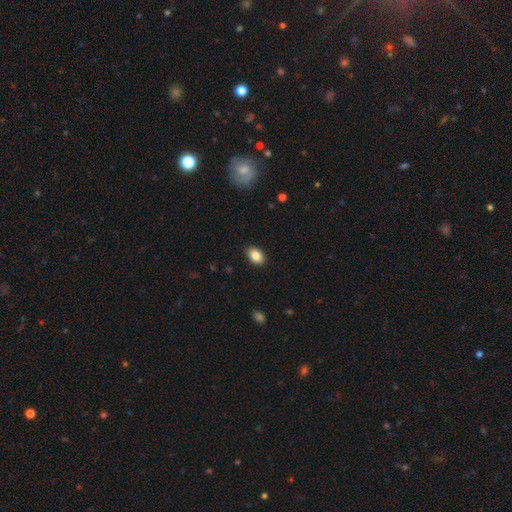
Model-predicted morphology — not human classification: smooth_or_featured: smooth (p=0.86) [alt: star or artifact p=0.08]
how_rounded: in between (p=0.85) [alt: round p=0.14]
merging: none (p=0.88) [alt: minor disturbance p=0.09]